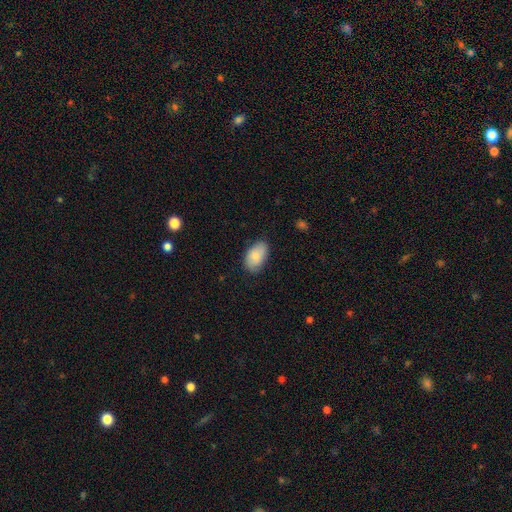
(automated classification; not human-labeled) Morphology: type=smooth (83%); roundness=in between (93%); merging=none (77%).